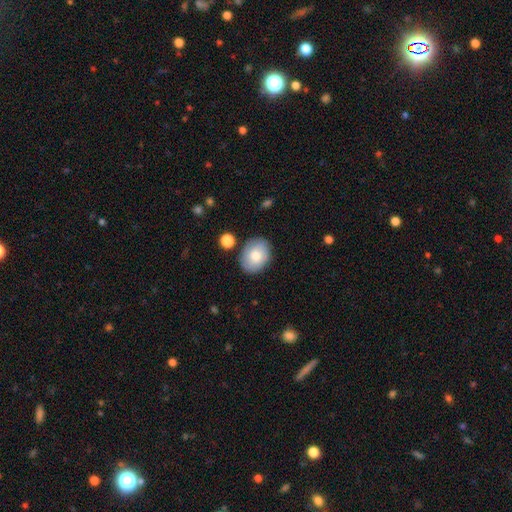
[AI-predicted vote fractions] smooth_or_featured: smooth (p=0.74) [alt: featured or disk p=0.19]
how_rounded: in between (p=0.61) [alt: round p=0.38]
merging: none (p=0.81) [alt: minor disturbance p=0.13]